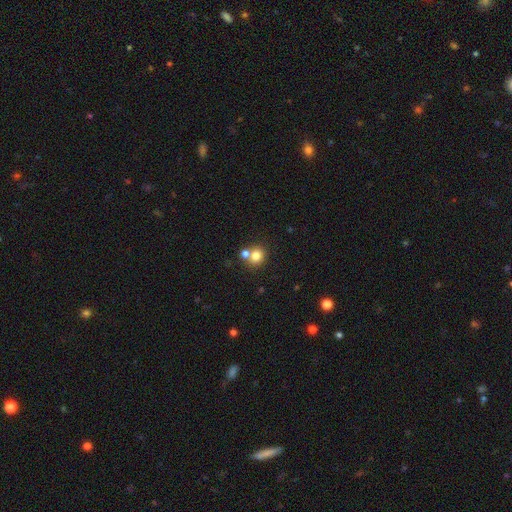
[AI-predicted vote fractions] Morphology: type=smooth (79%); roundness=round (77%); merging=none (54%).